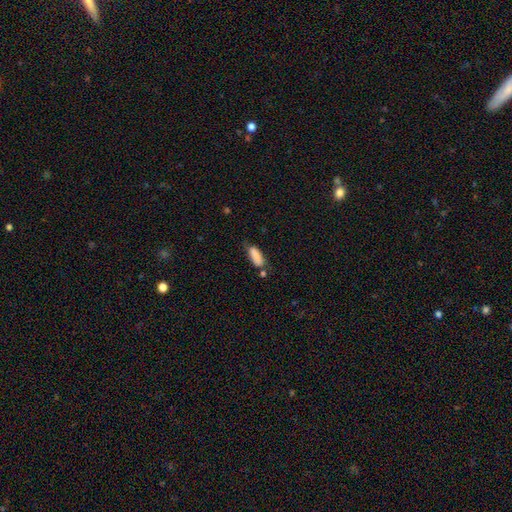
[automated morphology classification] Smooth or featured? smooth (85%)
How rounded? in between (71%)
Merging? none (52%)